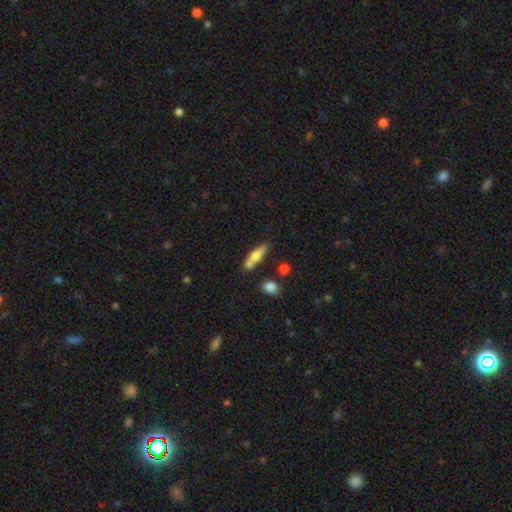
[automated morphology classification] type=smooth (60%); roundness=cigar-shaped (68%); merging=none (59%).